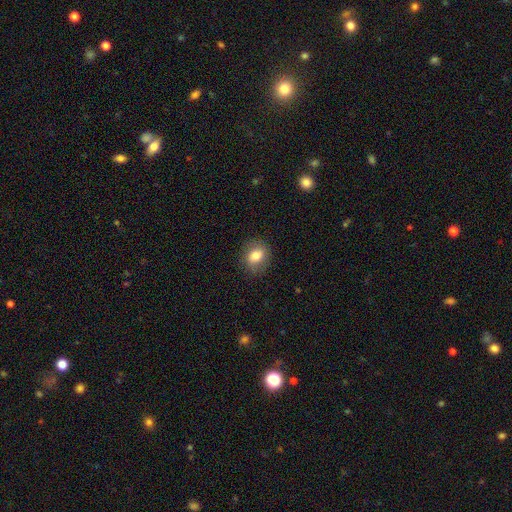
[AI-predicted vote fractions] Smooth or featured? Predicted: smooth (p=0.77). How rounded? Predicted: round (p=0.51). Merging? Predicted: none (p=0.84).